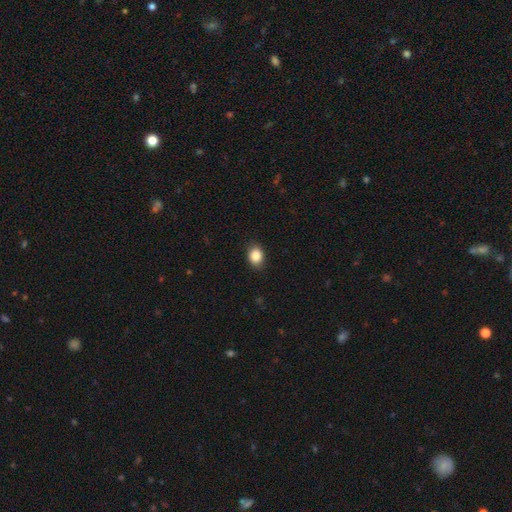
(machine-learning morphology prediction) Smooth or featured?
  - smooth: 87% *
  - star or artifact: 9%
  - featured or disk: 5%
How rounded?
  - in between: 62% *
  - round: 37%
  - cigar-shaped: 1%
Merging?
  - none: 87% *
  - minor disturbance: 10%
  - major disturbance: 2%
  - merger: 1%